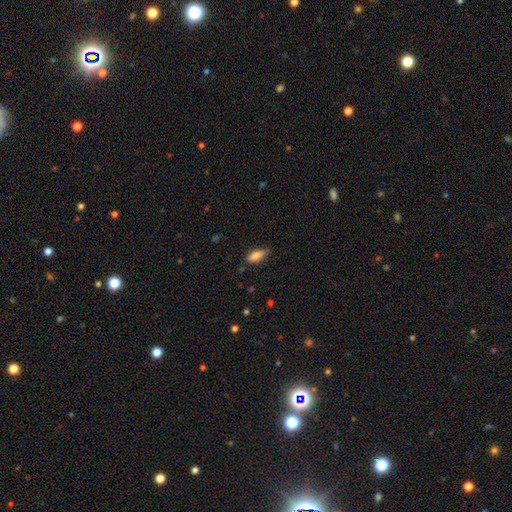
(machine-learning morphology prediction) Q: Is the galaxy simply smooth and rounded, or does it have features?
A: smooth — 76%.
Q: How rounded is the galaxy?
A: in between — 70%.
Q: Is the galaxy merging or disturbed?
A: none — 72%.